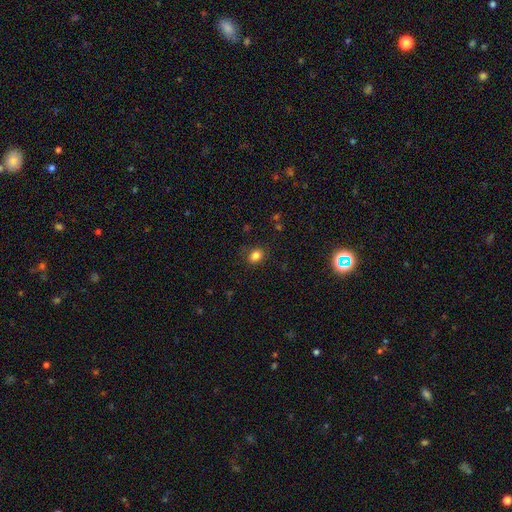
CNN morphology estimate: smooth 83%, star or artifact 12%, featured or disk 5%. Down the decision tree: how rounded — in between (57%); merging — none (83%).